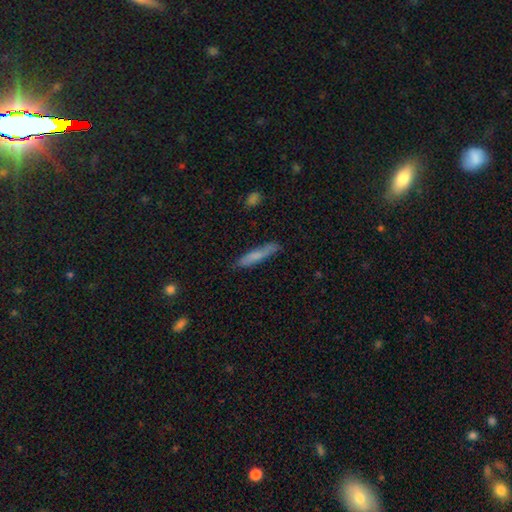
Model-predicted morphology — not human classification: smooth-or-featured: smooth: 67% | featured or disk: 26% | star or artifact: 7%
  how-rounded: cigar-shaped: 88% | in between: 11% | round: 2%
  merging: none: 78% | minor disturbance: 16% | major disturbance: 4% | merger: 2%